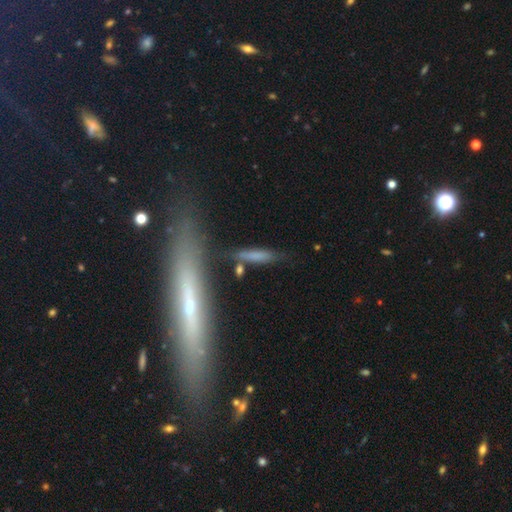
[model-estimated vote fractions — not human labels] Q: Smooth or featured?
A: smooth (64%); runner-up: featured or disk (27%)
Q: How rounded?
A: cigar-shaped (82%); runner-up: in between (15%)
Q: Merging?
A: none (67%); runner-up: minor disturbance (17%)